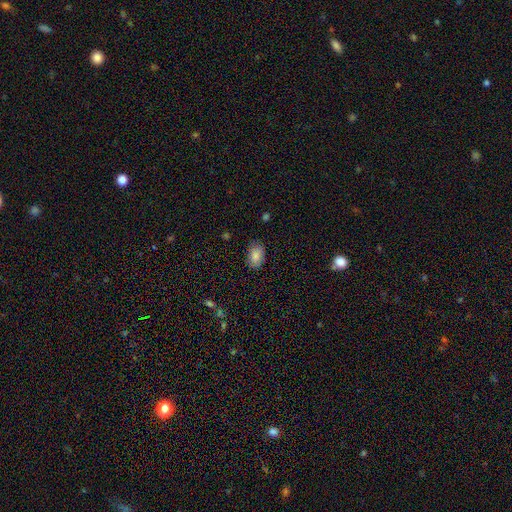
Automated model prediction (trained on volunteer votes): Smooth or featured? smooth (84%)
How rounded? in between (86%)
Merging? none (79%)